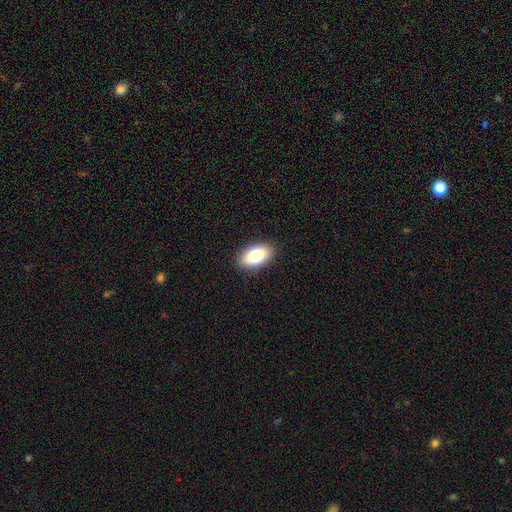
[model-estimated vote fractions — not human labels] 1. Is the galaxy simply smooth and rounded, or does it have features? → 82% smooth, 11% featured or disk, 8% star or artifact.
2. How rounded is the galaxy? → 93% in between, 5% round, 2% cigar-shaped.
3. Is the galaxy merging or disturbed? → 89% none, 8% minor disturbance, 2% major disturbance, 1% merger.